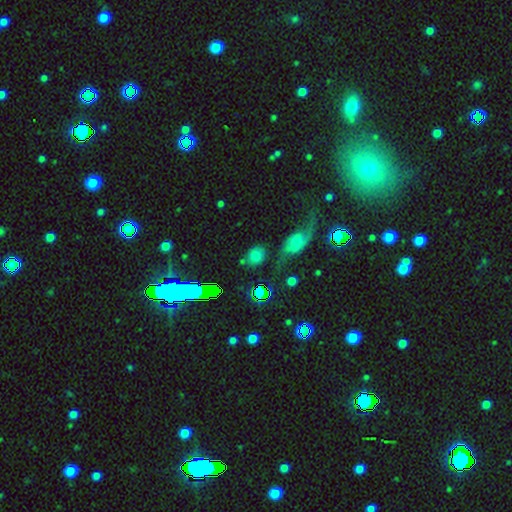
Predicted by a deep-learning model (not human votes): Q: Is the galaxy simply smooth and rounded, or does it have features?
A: smooth — 61%.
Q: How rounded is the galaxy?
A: round — 59%.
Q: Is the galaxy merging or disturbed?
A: none — 62%.